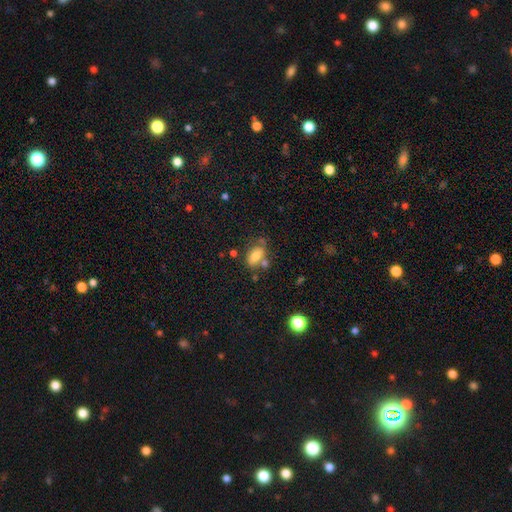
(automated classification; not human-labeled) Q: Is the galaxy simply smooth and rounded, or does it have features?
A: smooth — 74%.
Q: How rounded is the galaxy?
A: in between — 86%.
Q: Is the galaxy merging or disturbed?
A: none — 59%.